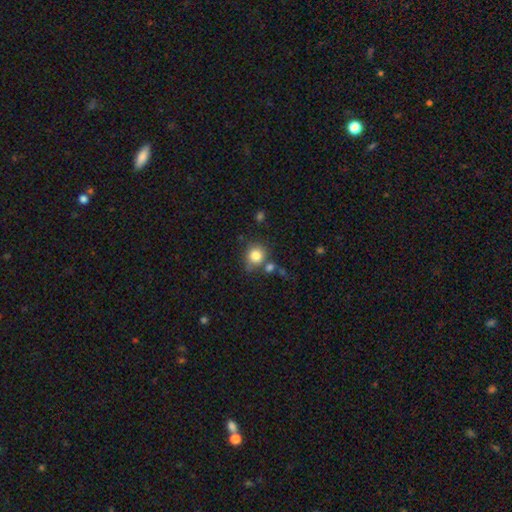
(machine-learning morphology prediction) smooth-or-featured: smooth: 83% | star or artifact: 10% | featured or disk: 7%
  how-rounded: round: 85% | in between: 15% | cigar-shaped: 1%
  merging: none: 66% | merger: 15% | minor disturbance: 14% | major disturbance: 4%